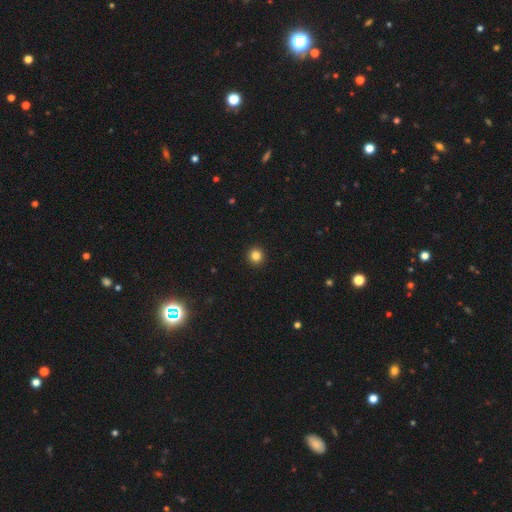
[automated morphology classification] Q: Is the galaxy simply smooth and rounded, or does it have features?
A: smooth — 84%.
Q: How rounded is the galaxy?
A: round — 94%.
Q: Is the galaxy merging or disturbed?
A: none — 94%.